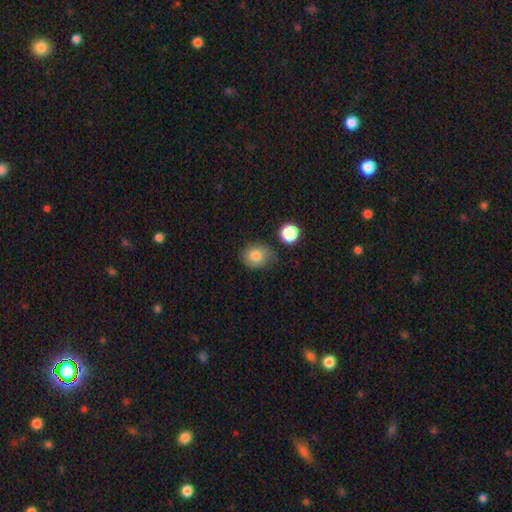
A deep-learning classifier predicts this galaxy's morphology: This is likely a smooth galaxy (79%). How rounded: likely round (69%). Merging: likely none (67%).